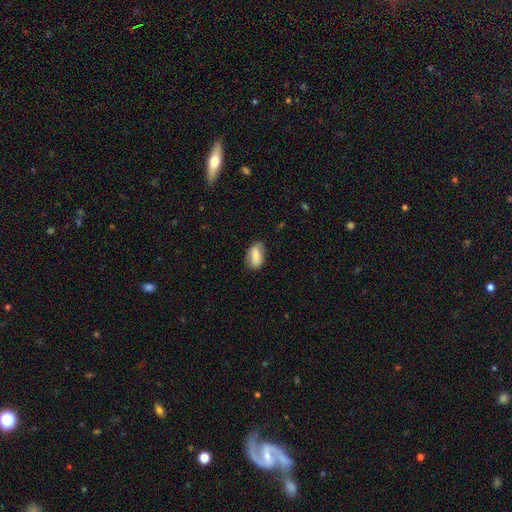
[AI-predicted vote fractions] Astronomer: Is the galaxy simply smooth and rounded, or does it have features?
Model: smooth — 70%.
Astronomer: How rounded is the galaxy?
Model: in between — 89%.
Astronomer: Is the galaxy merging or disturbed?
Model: none — 76%.